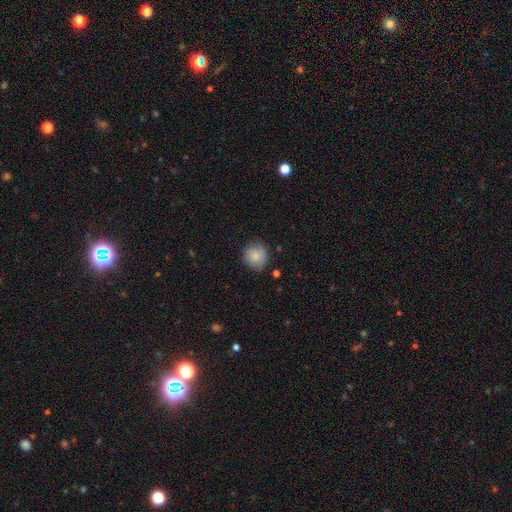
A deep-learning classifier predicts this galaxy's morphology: Overall: smooth (82%). How rounded: round (87%). Merging: none (75%).